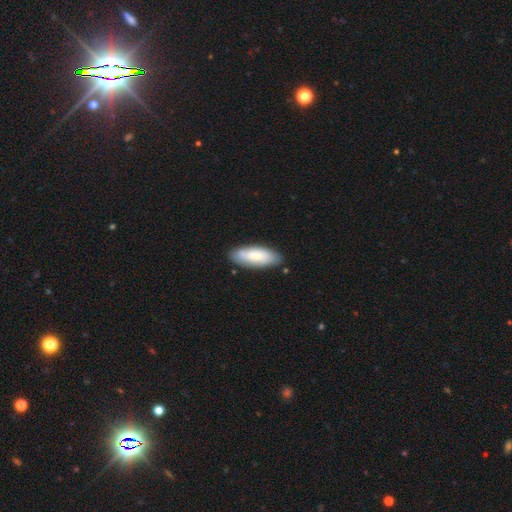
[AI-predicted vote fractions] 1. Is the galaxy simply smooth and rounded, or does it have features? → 70% smooth, 24% featured or disk, 5% star or artifact.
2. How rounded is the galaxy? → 72% in between, 26% cigar-shaped, 2% round.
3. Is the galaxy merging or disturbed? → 79% none, 15% minor disturbance, 3% major disturbance, 3% merger.